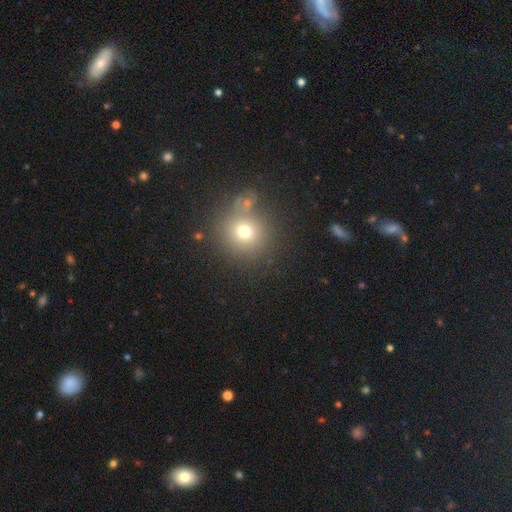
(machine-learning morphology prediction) Q: Smooth or featured?
A: smooth (55%); runner-up: star or artifact (35%)
Q: How rounded?
A: round (91%); runner-up: in between (8%)
Q: Merging?
A: none (77%); runner-up: merger (10%)